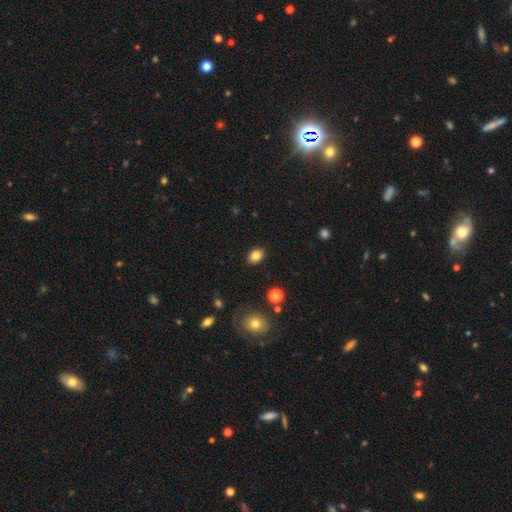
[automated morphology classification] smooth-or-featured: smooth: 83% | star or artifact: 10% | featured or disk: 7%
  how-rounded: in between: 68% | round: 31% | cigar-shaped: 1%
  merging: none: 88% | minor disturbance: 8% | major disturbance: 2% | merger: 1%